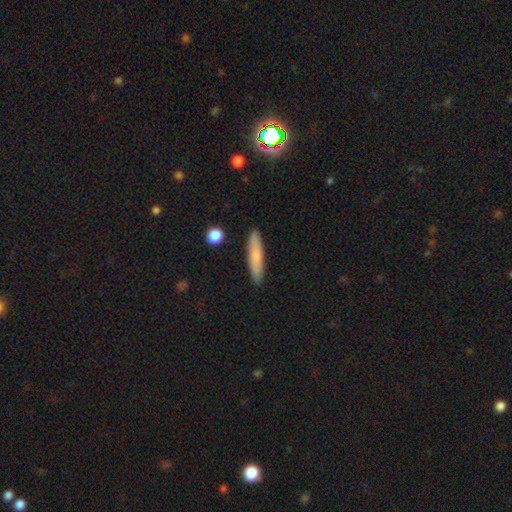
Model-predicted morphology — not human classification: Smooth or featured? smooth (75%)
How rounded? cigar-shaped (86%)
Merging? none (89%)